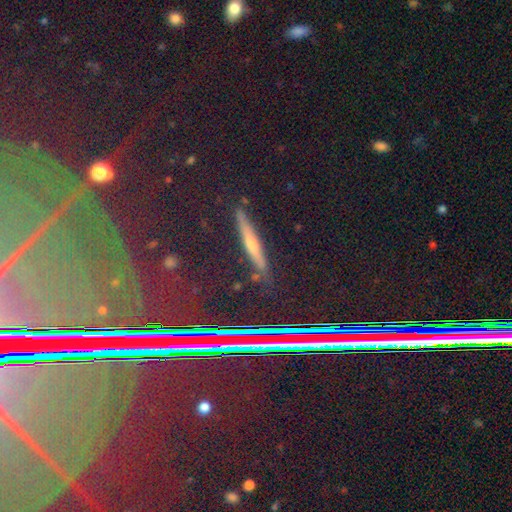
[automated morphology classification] Q: Smooth or featured?
A: star or artifact (48%); runner-up: featured or disk (34%)